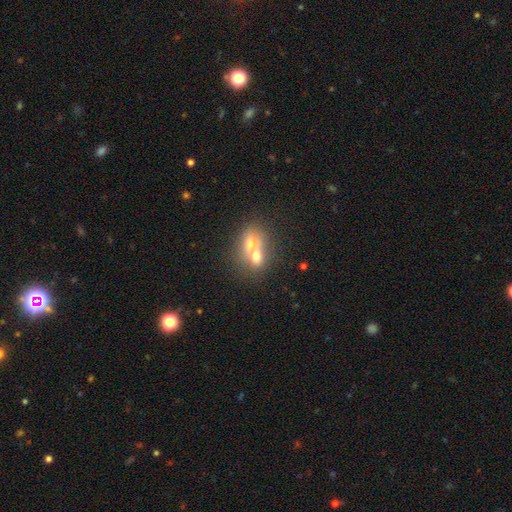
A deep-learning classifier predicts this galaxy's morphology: Smooth or featured? smooth (65%)
How rounded? in between (57%)
Merging? merger (72%)